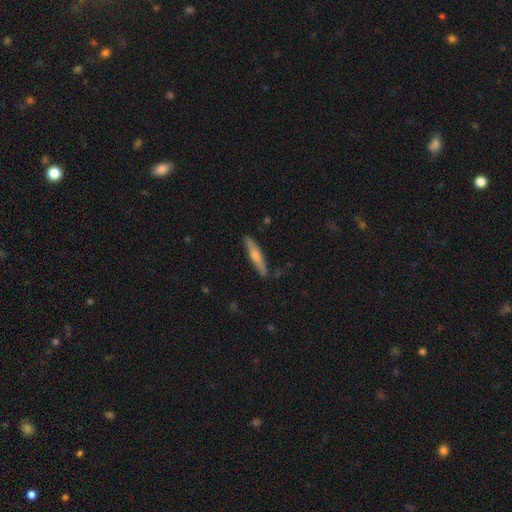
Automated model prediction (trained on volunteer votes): smooth 60%, featured or disk 35%, star or artifact 5%. Down the decision tree: how rounded — cigar-shaped (90%); merging — none (87%).